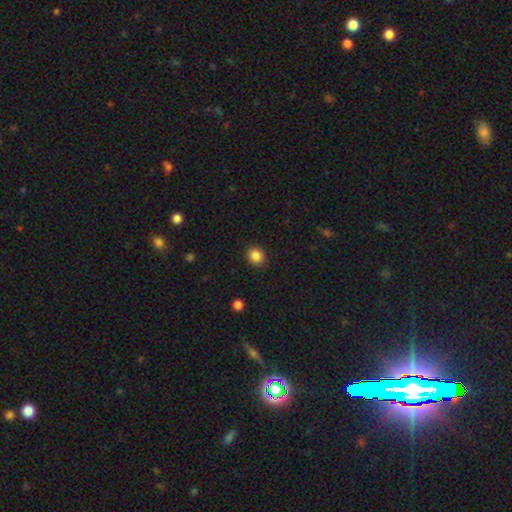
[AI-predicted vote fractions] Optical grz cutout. It shows a smooth galaxy with no disk features (86%) that is round (69%). Merging: none (90%).